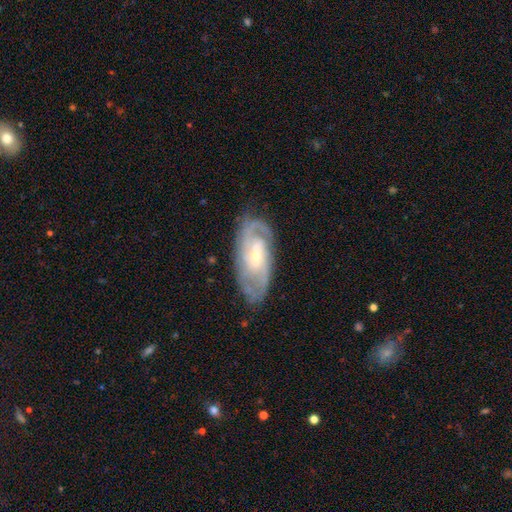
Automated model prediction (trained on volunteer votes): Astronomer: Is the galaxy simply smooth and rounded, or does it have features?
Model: featured or disk — 85%.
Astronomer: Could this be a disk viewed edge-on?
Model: no — 93%.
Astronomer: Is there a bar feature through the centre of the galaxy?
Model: no — 52% (runner-up: weak, 37%).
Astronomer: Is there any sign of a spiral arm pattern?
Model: yes — 95%.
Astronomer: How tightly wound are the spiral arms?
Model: tight — 54% (runner-up: medium, 37%).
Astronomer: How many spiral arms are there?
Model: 2 — 47% (runner-up: can't tell, 23%).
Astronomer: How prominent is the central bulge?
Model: small — 65%.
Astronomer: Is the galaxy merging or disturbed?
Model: none — 78%.